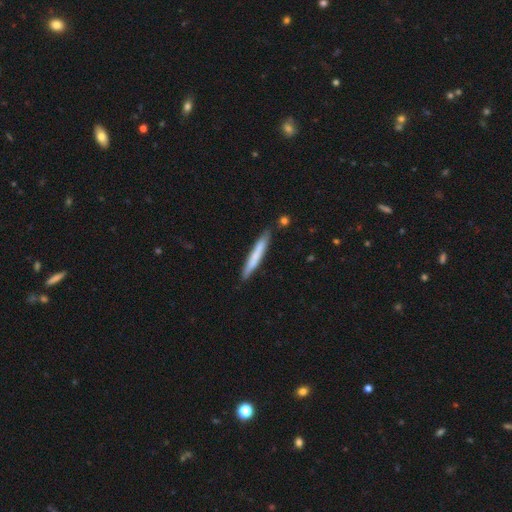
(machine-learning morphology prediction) A smooth galaxy with no disk features (66%) that is cigar-shaped (96%). Merging: none (84%).